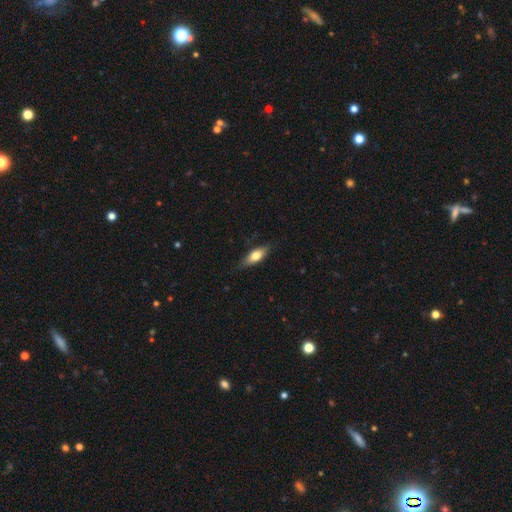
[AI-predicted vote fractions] The model was most divided on "how rounded": in between: 65%, cigar-shaped: 32%, round: 3%. More confident: merging — none (80%); smooth or featured — smooth (66%).